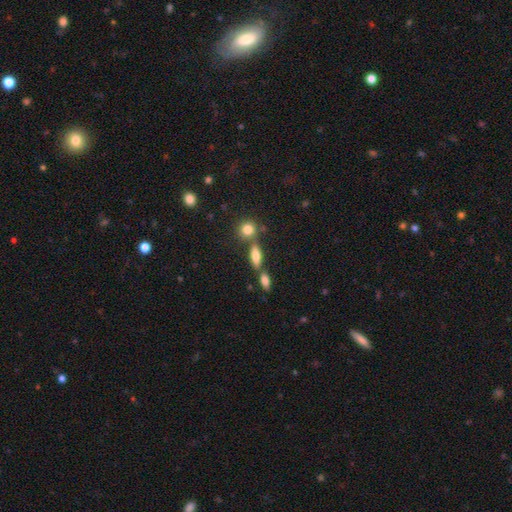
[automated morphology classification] Smooth or featured? smooth (67%)
How rounded? in between (60%)
Merging? none (64%)